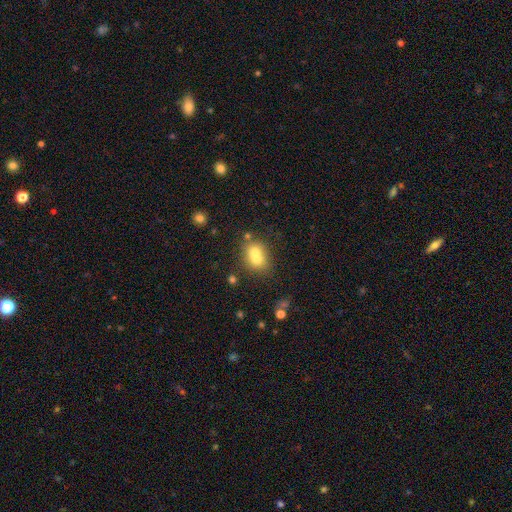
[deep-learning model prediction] Smooth or featured? Predicted: smooth (p=0.66). How rounded? Predicted: round (p=0.56). Merging? Predicted: merger (p=0.60).